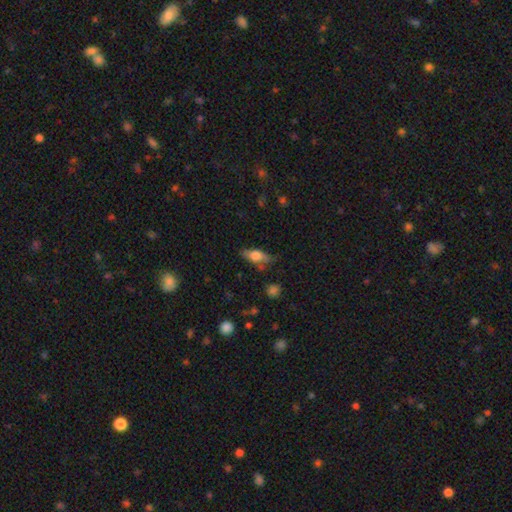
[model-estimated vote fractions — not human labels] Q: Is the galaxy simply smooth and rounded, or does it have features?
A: smooth — 66%.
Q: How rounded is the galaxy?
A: in between — 73%.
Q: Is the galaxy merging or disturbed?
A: none — 66%.